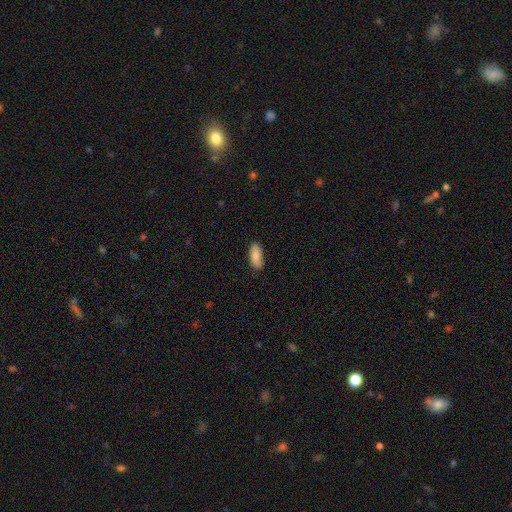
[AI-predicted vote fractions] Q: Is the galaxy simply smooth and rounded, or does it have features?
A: smooth — 85%.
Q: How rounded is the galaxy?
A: in between — 83%.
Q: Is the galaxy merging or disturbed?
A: none — 83%.